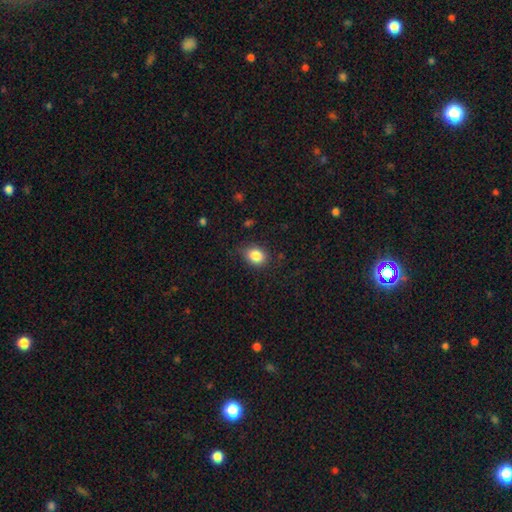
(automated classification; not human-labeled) The model was most divided on "how rounded": in between: 55%, round: 44%, cigar-shaped: 1%. More confident: smooth or featured — smooth (85%); merging — none (81%).